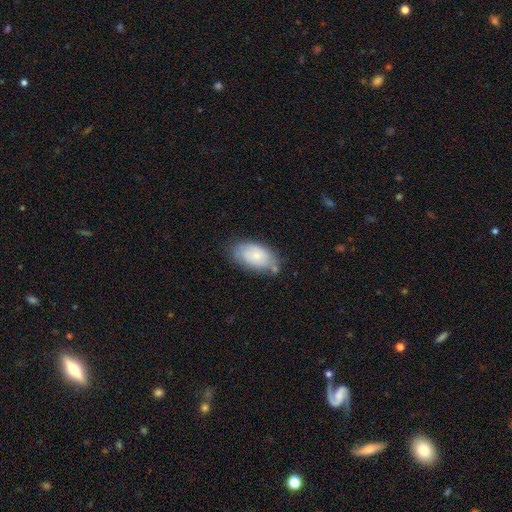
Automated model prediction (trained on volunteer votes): Smooth or featured? smooth (70%)
How rounded? in between (94%)
Merging? none (63%)